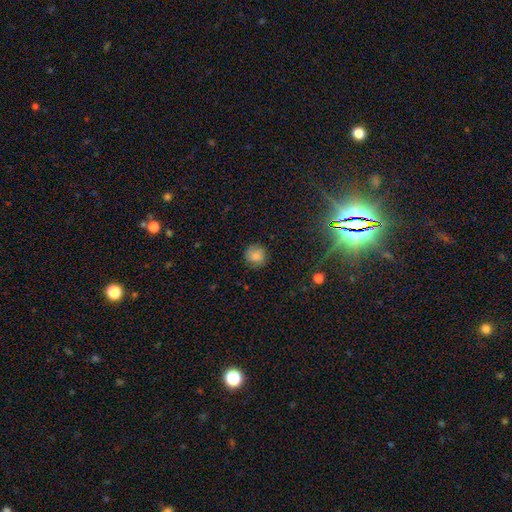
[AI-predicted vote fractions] Q: Smooth or featured?
A: smooth (84%); runner-up: star or artifact (10%)
Q: How rounded?
A: round (91%); runner-up: in between (8%)
Q: Merging?
A: none (85%); runner-up: minor disturbance (11%)